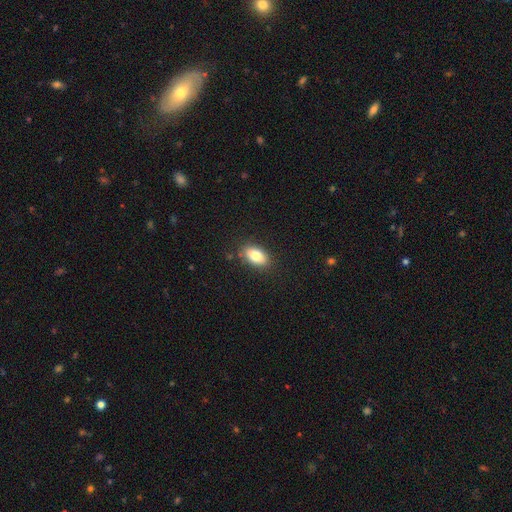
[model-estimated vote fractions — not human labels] Smooth or featured? Predicted: smooth (p=0.80). How rounded? Predicted: in between (p=0.90). Merging? Predicted: none (p=0.85).